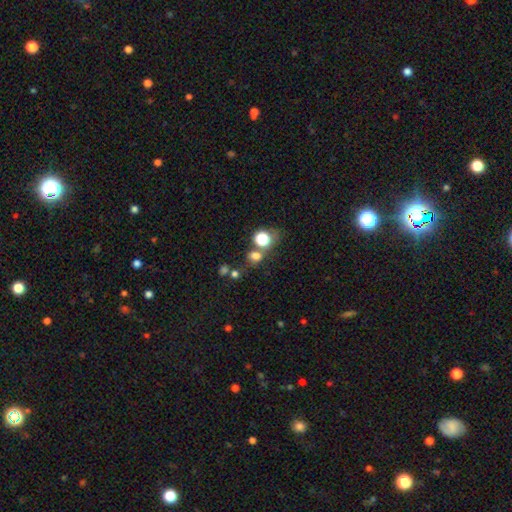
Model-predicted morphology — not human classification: type=smooth (66%); roundness=round (72%); merging=none (58%).